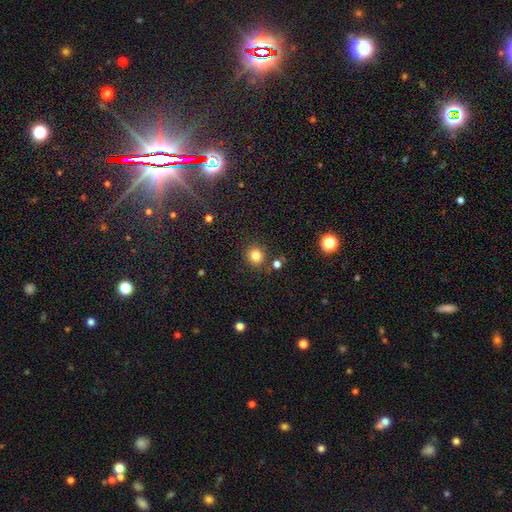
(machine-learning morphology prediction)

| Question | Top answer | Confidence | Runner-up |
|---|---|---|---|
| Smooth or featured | smooth | 81% | star or artifact (13%) |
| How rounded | round | 90% | in between (9%) |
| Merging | none | 87% | minor disturbance (7%) |